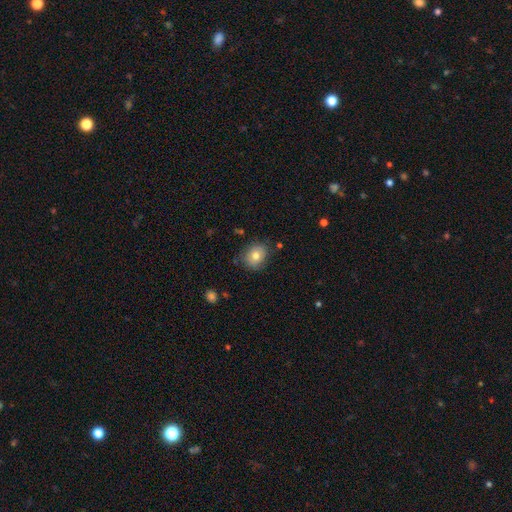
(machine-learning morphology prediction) Smooth or featured? Predicted: smooth (p=0.75). How rounded? Predicted: round (p=0.65). Merging? Predicted: none (p=0.80).